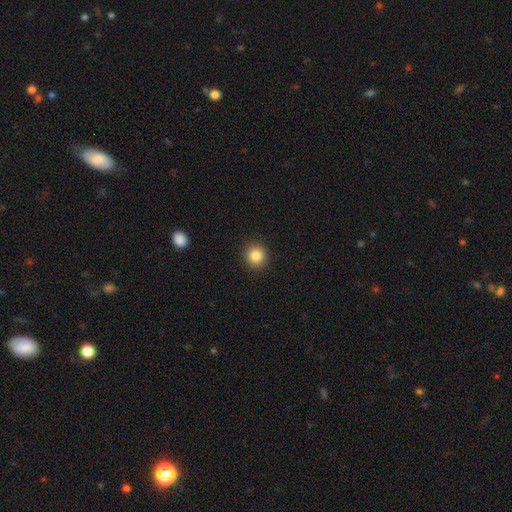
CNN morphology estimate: A smooth galaxy with no disk features (85%) that is round (92%).

Vote fractions:
- Smooth or featured? smooth: 85% / star or artifact: 10% / featured or disk: 5%
- How rounded? round: 92% / in between: 7% / cigar-shaped: 1%
- Merging? none: 92% / minor disturbance: 5% / major disturbance: 2% / merger: 1%